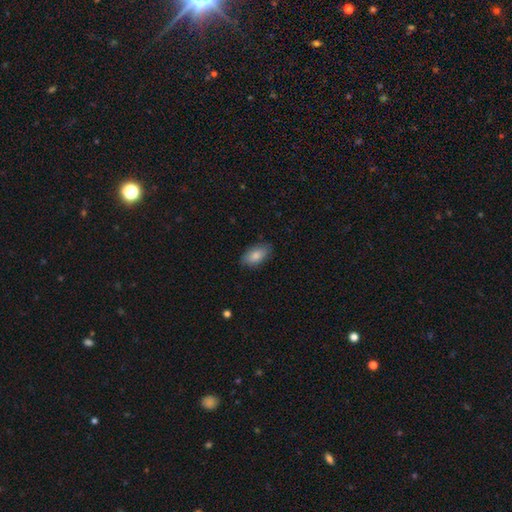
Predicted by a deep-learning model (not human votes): Smooth or featured? smooth (84%)
How rounded? in between (93%)
Merging? none (82%)